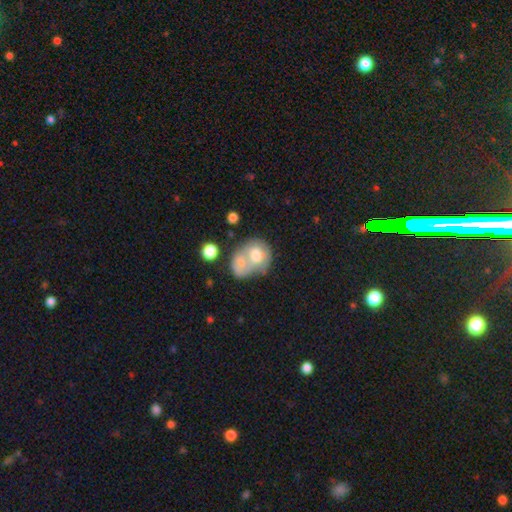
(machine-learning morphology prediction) smooth-or-featured: smooth: 62% | featured or disk: 30% | star or artifact: 7%
  how-rounded: round: 50% | in between: 49% | cigar-shaped: 1%
  merging: merger: 66% | none: 17% | minor disturbance: 9% | major disturbance: 7%